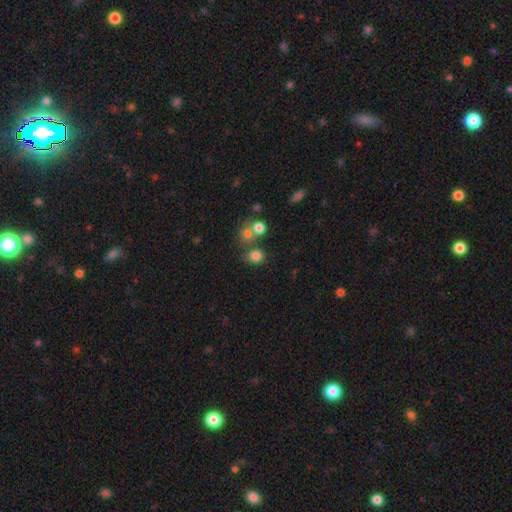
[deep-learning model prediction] This appears to be a smooth galaxy with no disk features (78%) that is round (74%). Merging: none (63%).